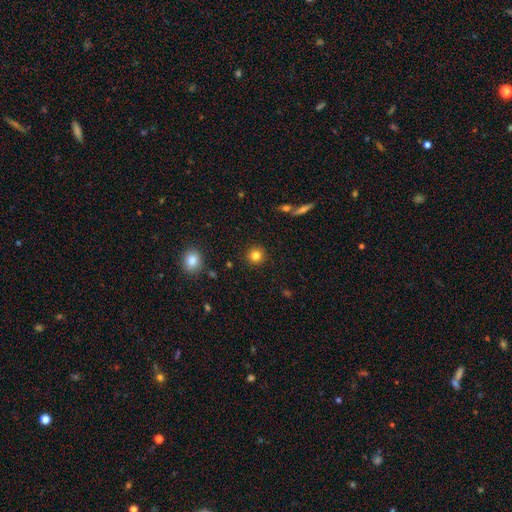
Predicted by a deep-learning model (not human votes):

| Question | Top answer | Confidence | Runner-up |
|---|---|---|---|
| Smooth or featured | smooth | 83% | star or artifact (11%) |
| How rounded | round | 93% | in between (6%) |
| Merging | none | 91% | minor disturbance (5%) |